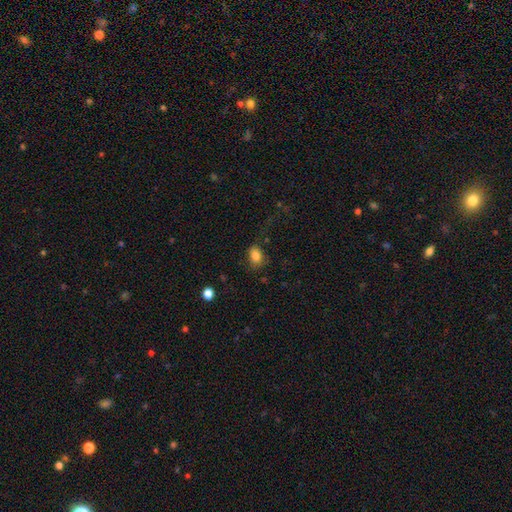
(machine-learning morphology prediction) Q: Smooth or featured?
A: smooth (83%); runner-up: star or artifact (10%)
Q: How rounded?
A: in between (69%); runner-up: round (30%)
Q: Merging?
A: none (71%); runner-up: minor disturbance (19%)